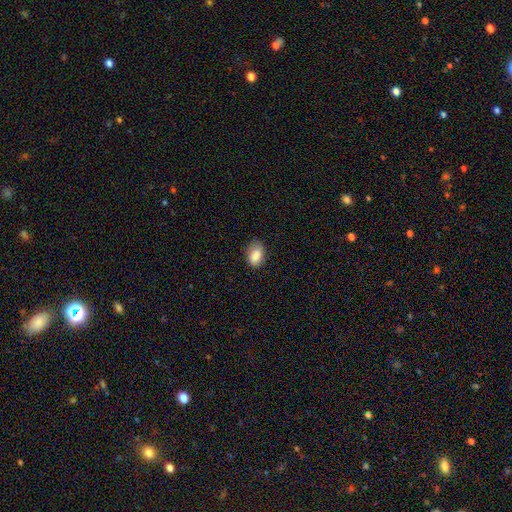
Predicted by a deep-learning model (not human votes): smooth_or_featured: smooth (p=0.84) [alt: featured or disk p=0.09]
how_rounded: in between (p=0.85) [alt: round p=0.14]
merging: none (p=0.65) [alt: minor disturbance p=0.27]